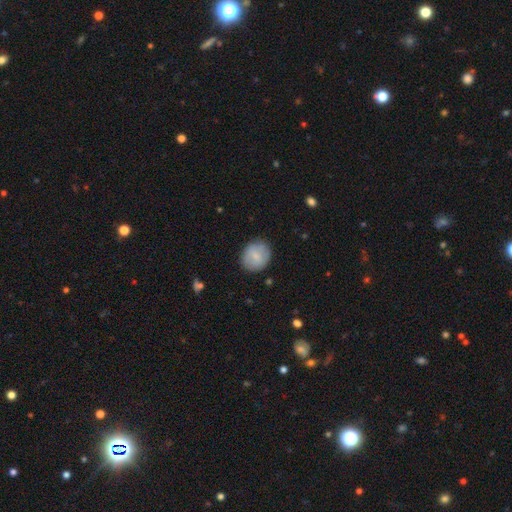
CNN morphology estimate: Smooth or featured? Predicted: smooth (p=0.74). How rounded? Predicted: round (p=0.77). Merging? Predicted: none (p=0.83).